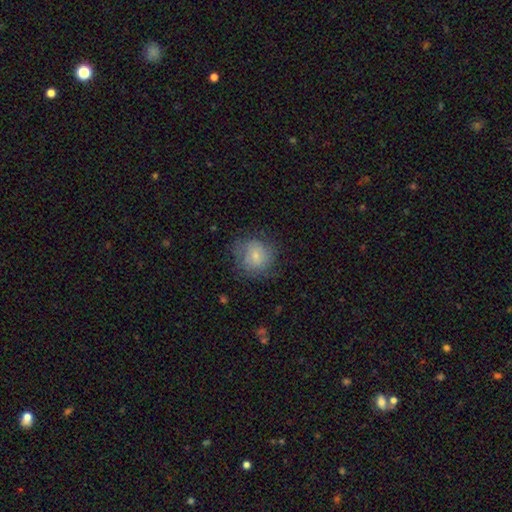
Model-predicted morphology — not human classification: This is likely a smooth galaxy (68%). How rounded: clearly round (85%). Merging: likely none (67%).